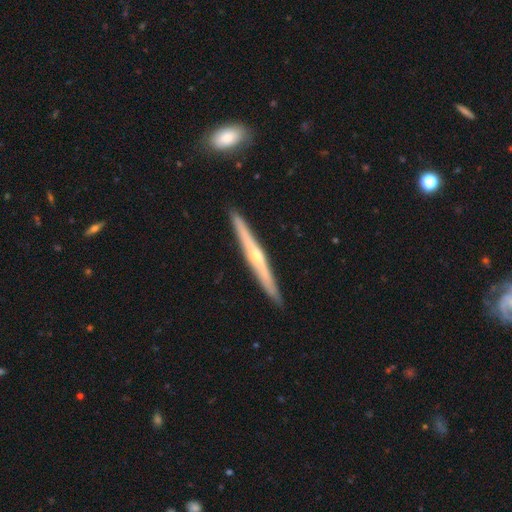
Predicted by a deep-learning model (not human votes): Smooth or featured?
  - featured or disk: 74% *
  - smooth: 21%
  - star or artifact: 5%
Edge-on disk?
  - yes: 97% *
  - no: 3%
Edge-on bulge?
  - rounded: 78% *
  - none: 19%
  - boxy: 3%
Merging?
  - none: 92% *
  - minor disturbance: 6%
  - merger: 1%
  - major disturbance: 1%